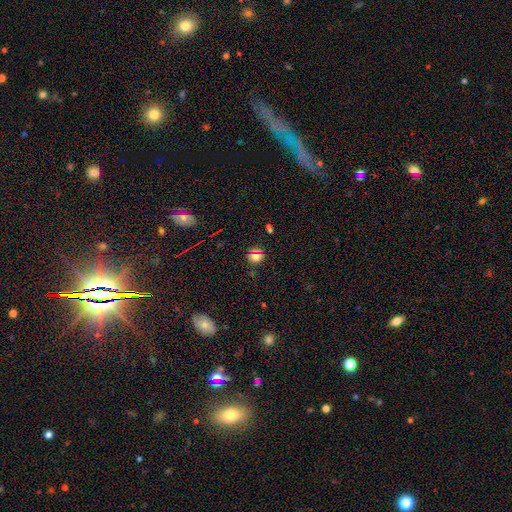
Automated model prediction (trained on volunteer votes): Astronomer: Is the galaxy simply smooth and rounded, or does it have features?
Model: smooth — 64%.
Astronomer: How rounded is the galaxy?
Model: round — 83%.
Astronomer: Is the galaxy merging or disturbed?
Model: none — 83%.